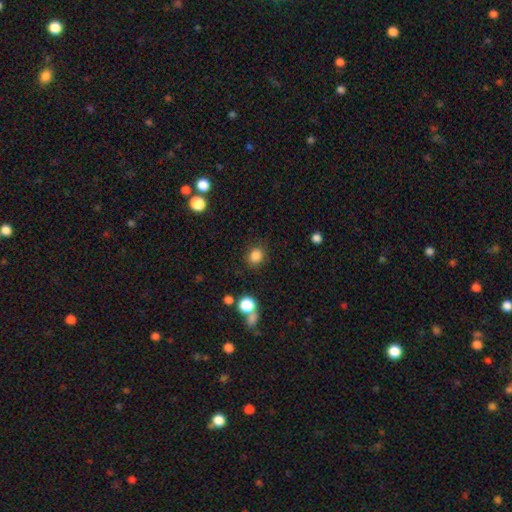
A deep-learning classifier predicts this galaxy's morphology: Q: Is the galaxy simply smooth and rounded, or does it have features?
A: smooth — 84%.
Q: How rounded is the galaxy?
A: round — 75%.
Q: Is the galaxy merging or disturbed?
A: none — 83%.